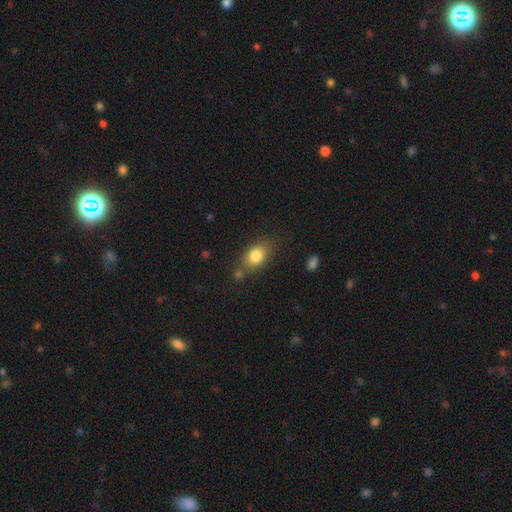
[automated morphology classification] Overall: smooth (81%). How rounded: in between (72%). Merging: none (69%).